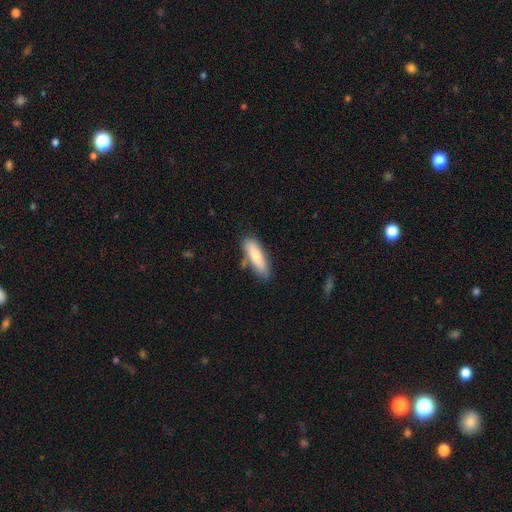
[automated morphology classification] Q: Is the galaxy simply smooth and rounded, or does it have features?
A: smooth — 76%.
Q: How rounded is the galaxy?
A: cigar-shaped — 51%.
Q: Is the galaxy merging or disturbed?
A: none — 66%.